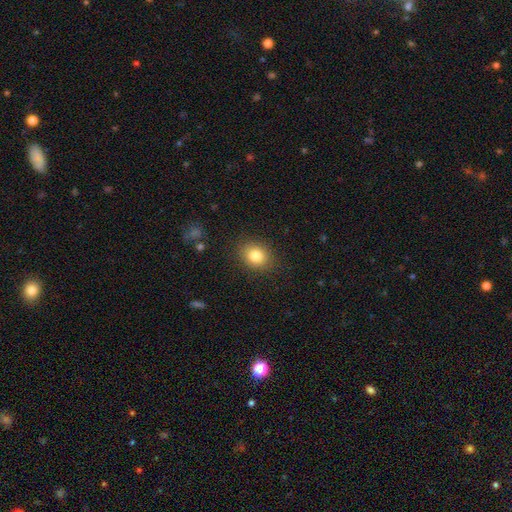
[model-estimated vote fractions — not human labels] smooth_or_featured: smooth (p=0.83) [alt: star or artifact p=0.10]
how_rounded: round (p=0.60) [alt: in between p=0.40]
merging: none (p=0.87) [alt: minor disturbance p=0.09]